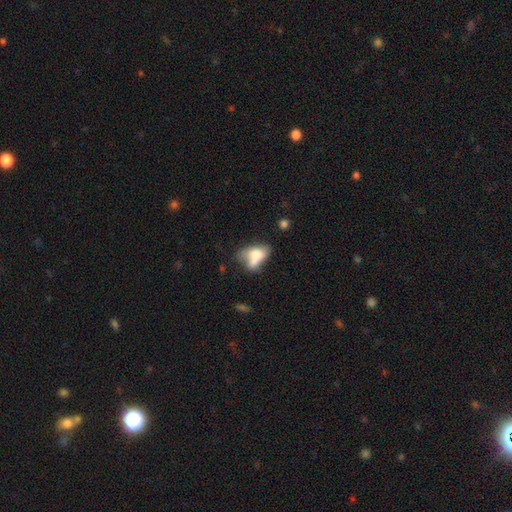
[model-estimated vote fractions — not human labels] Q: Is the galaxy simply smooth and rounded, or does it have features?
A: smooth — 64%.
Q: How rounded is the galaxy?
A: in between — 82%.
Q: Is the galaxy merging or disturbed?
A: merger — 40%.